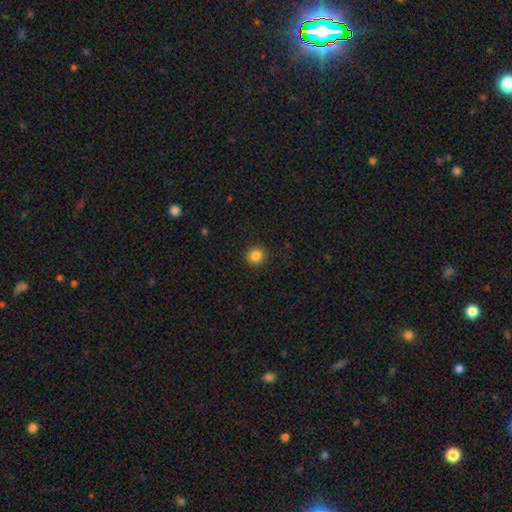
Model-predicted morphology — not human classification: smooth 85%, star or artifact 11%, featured or disk 5%. Down the decision tree: how rounded — round (86%); merging — none (92%).